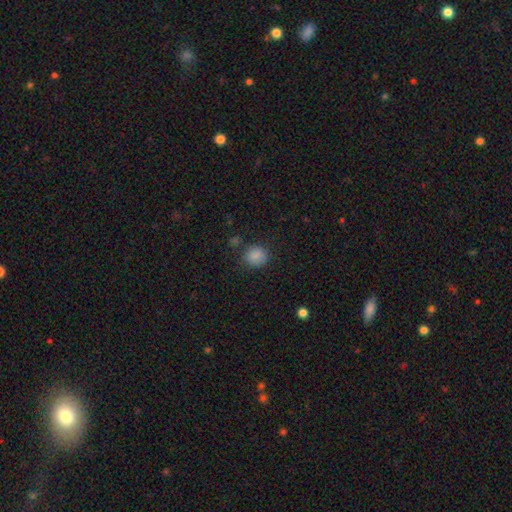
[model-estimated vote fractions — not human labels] smooth 85%, star or artifact 10%, featured or disk 4%. Down the decision tree: how rounded — round (80%); merging — none (80%).